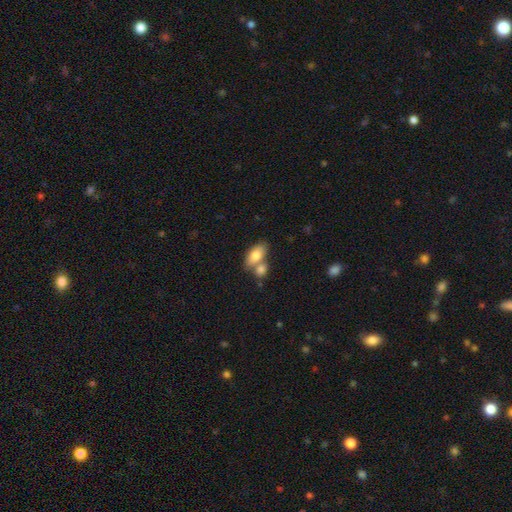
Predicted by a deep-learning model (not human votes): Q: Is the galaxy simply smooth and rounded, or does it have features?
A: smooth — 79%.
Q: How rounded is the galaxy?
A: in between — 89%.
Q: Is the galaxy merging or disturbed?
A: merger — 47%.